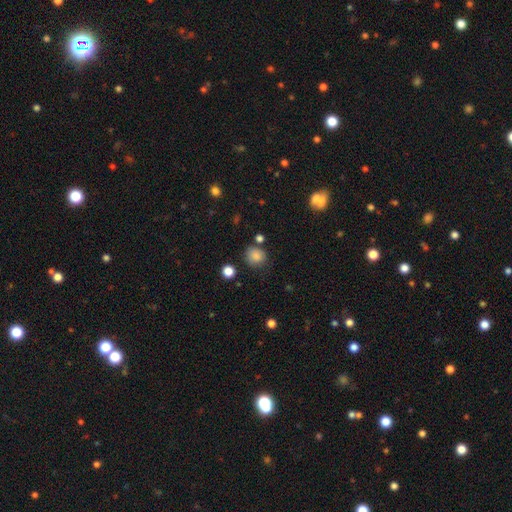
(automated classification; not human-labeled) Morphology: type=smooth (83%); roundness=round (81%); merging=none (75%).